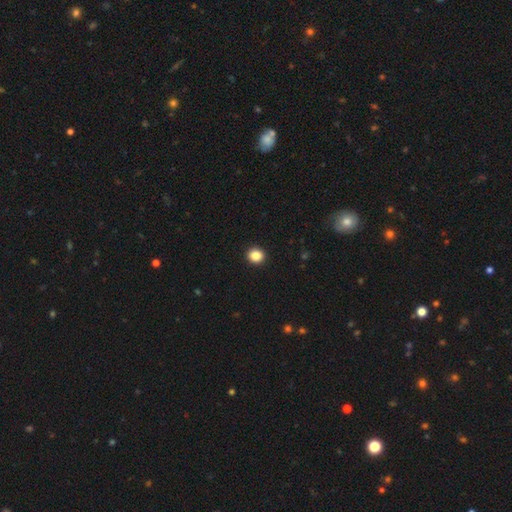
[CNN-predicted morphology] Smooth or featured?
  - smooth: 86% *
  - star or artifact: 10%
  - featured or disk: 4%
How rounded?
  - round: 85% *
  - in between: 14%
  - cigar-shaped: 1%
Merging?
  - none: 93% *
  - minor disturbance: 4%
  - major disturbance: 1%
  - merger: 1%